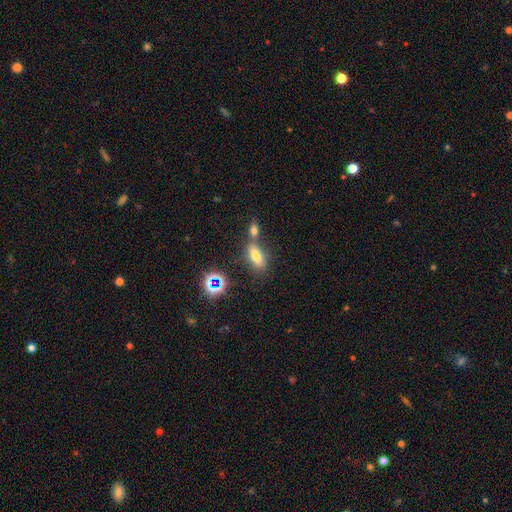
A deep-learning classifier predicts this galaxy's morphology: A smooth galaxy with no disk features (65%) that is in between round and cigar-shaped (74%).

Vote fractions:
- Smooth or featured? smooth: 65% / star or artifact: 18% / featured or disk: 17%
- How rounded? in between: 74% / cigar-shaped: 19% / round: 7%
- Merging? none: 55% / merger: 29% / minor disturbance: 11% / major disturbance: 4%